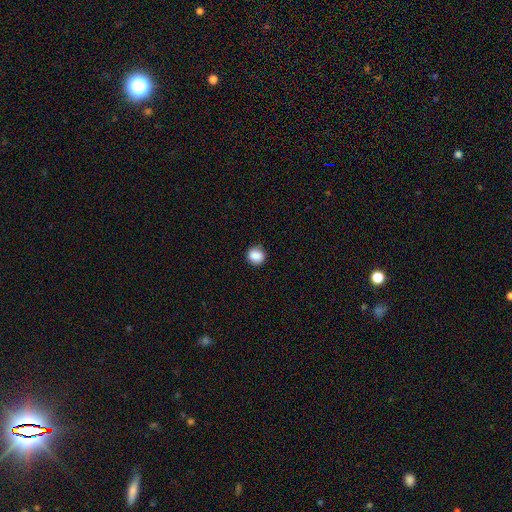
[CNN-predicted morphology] Smooth or featured? smooth (87%)
How rounded? round (83%)
Merging? none (86%)